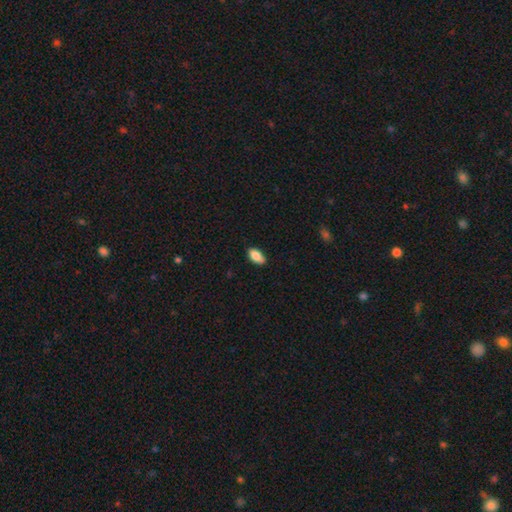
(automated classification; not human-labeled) Smooth or featured? smooth (86%)
How rounded? in between (91%)
Merging? none (83%)